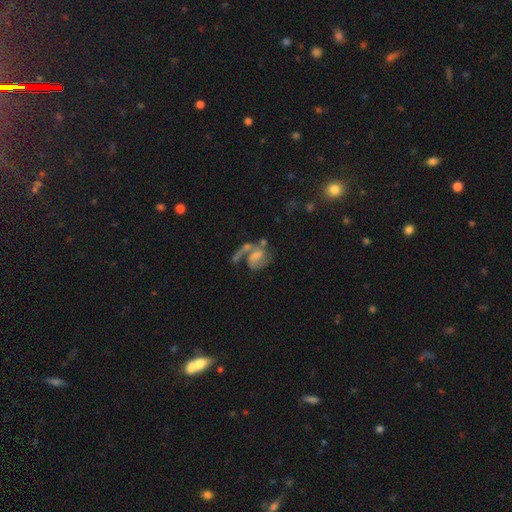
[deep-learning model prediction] smooth_or_featured: featured or disk (p=0.71) [alt: smooth p=0.18]
disk_edge_on: no (p=0.97) [alt: yes p=0.03]
bar: no (p=0.43) [alt: weak p=0.40]
has_spiral_arms: yes (p=0.86) [alt: no p=0.14]
spiral_winding: medium (p=0.44) [alt: loose p=0.37]
spiral_arm_count: 2 (p=0.56) [alt: 1 p=0.35]
bulge_size: none (p=0.34) [alt: small p=0.30]
merging: none (p=0.36) [alt: merger p=0.25]